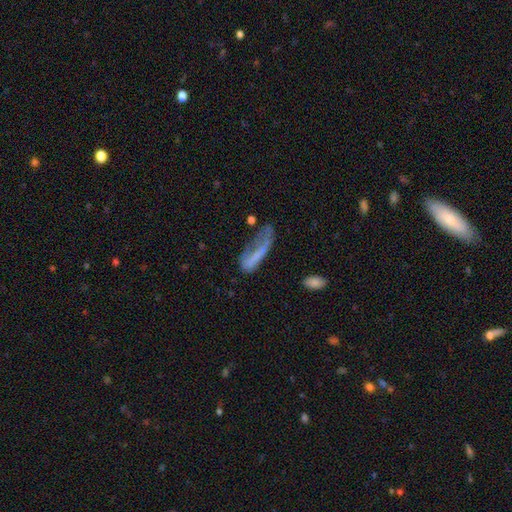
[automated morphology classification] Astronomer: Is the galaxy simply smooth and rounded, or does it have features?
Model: smooth — 51% (runner-up: featured or disk, 38%).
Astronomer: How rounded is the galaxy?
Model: cigar-shaped — 52% (runner-up: in between, 45%).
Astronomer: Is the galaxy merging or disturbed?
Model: major disturbance — 46% (runner-up: none, 25%).